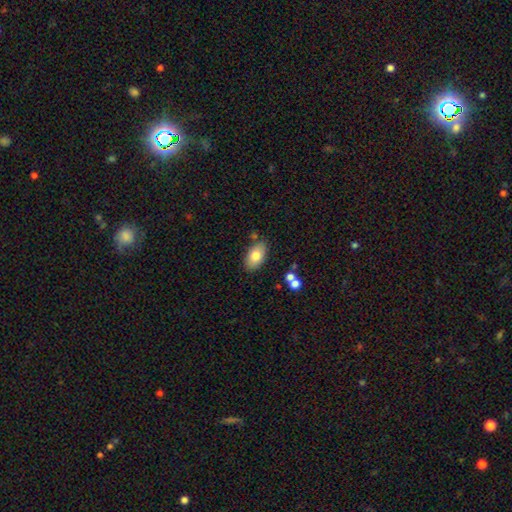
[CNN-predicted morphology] smooth 78%, featured or disk 15%, star or artifact 7%. Down the decision tree: how rounded — in between (93%); merging — none (80%).